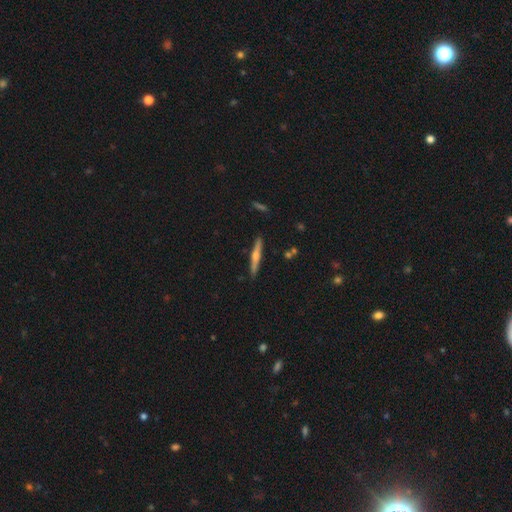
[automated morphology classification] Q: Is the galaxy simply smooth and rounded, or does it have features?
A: featured or disk — 63%.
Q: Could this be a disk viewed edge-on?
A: yes — 97%.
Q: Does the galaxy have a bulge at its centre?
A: rounded — 84%.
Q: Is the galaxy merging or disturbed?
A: none — 90%.